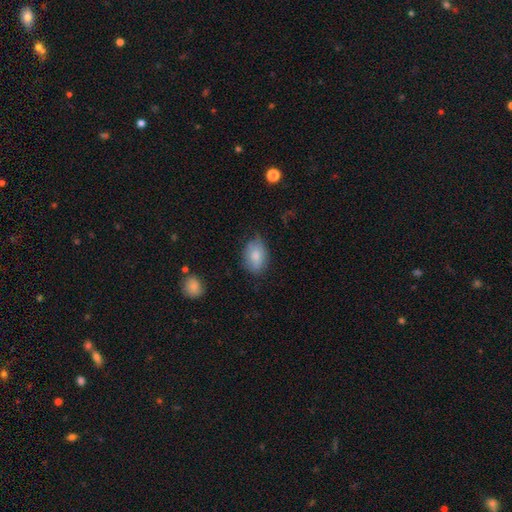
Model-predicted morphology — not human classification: Smooth or featured? smooth (79%)
How rounded? in between (85%)
Merging? none (67%)